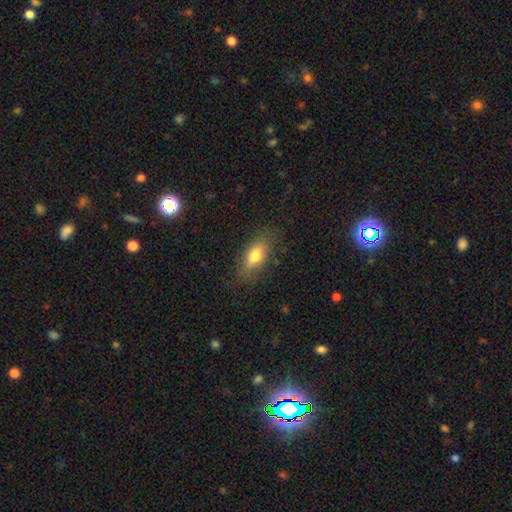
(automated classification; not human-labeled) Smooth or featured? Predicted: smooth (p=0.73). How rounded? Predicted: in between (p=0.76). Merging? Predicted: none (p=0.80).